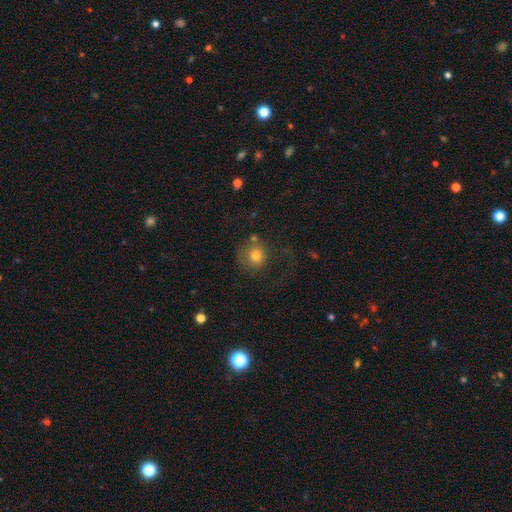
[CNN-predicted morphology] smooth-or-featured: smooth: 73% | featured or disk: 16% | star or artifact: 11%
  how-rounded: round: 89% | in between: 10% | cigar-shaped: 1%
  merging: none: 53% | major disturbance: 23% | minor disturbance: 17% | merger: 7%